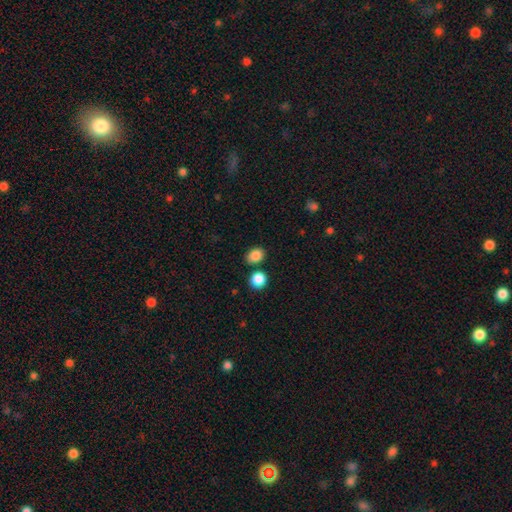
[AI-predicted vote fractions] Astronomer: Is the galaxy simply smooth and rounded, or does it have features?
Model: smooth — 86%.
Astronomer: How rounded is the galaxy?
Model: in between — 56% (runner-up: round, 43%).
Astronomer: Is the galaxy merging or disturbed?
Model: none — 77%.